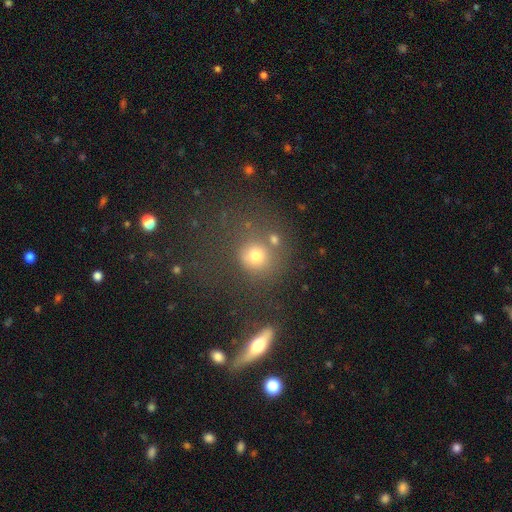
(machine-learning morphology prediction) type=smooth (72%); roundness=round (85%); merging=none (59%).